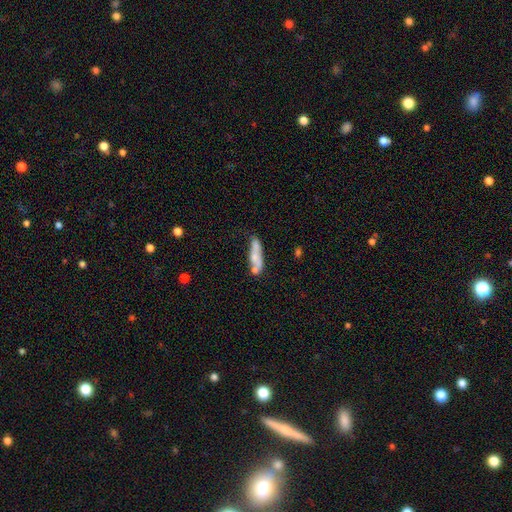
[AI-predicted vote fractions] A smooth galaxy with no disk features (60%) that is cigar-shaped (59%).

Vote fractions:
- Smooth or featured? smooth: 60% / featured or disk: 33% / star or artifact: 7%
- How rounded? cigar-shaped: 59% / in between: 38% / round: 3%
- Merging? none: 43% / merger: 26% / minor disturbance: 22% / major disturbance: 10%